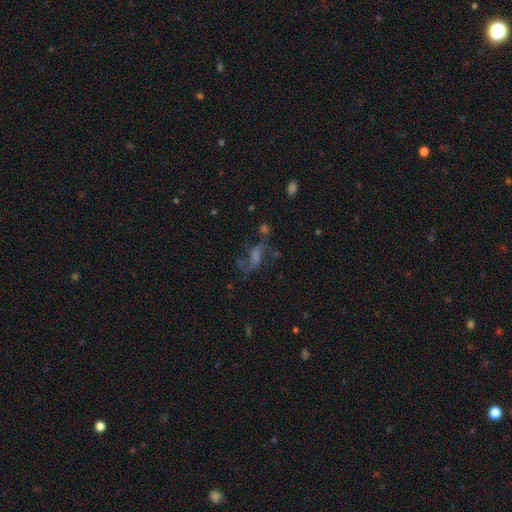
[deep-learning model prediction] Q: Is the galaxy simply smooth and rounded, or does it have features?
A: featured or disk — 59%.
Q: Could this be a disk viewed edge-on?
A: no — 93%.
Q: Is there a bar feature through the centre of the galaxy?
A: no — 42%.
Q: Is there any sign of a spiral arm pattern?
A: yes — 79%.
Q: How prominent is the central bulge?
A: none — 38%.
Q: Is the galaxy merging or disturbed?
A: none — 52%.